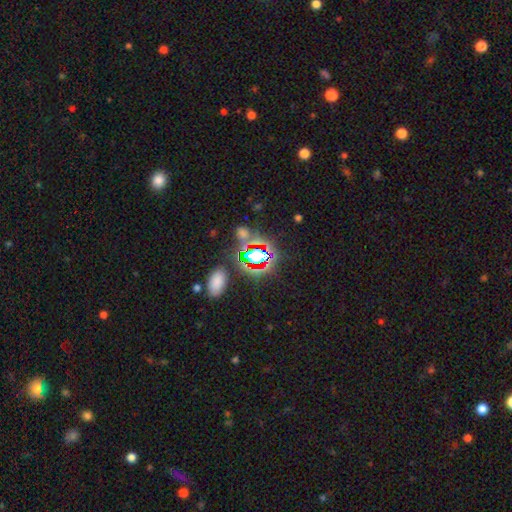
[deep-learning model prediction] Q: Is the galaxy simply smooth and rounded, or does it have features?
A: star or artifact — 66%.